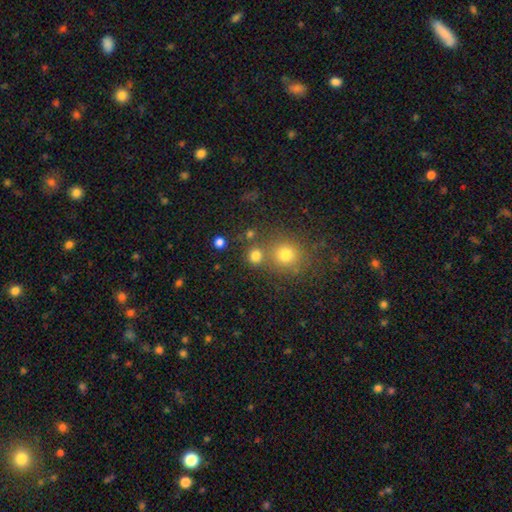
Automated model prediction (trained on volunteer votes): This appears to be a smooth galaxy with no disk features (78%) that is round (89%). Merging: none (71%).